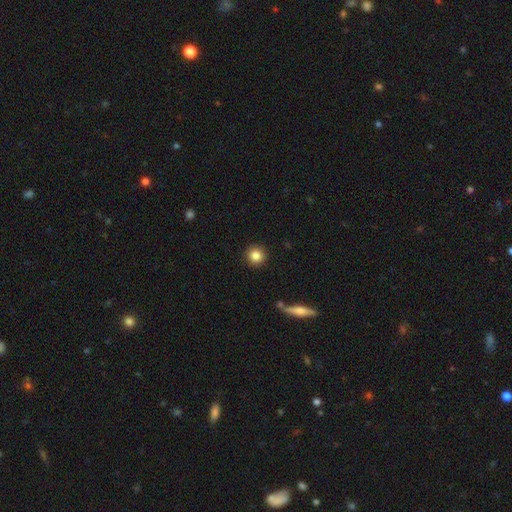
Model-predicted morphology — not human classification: smooth 84%, star or artifact 10%, featured or disk 6%. Down the decision tree: how rounded — round (94%); merging — none (91%).